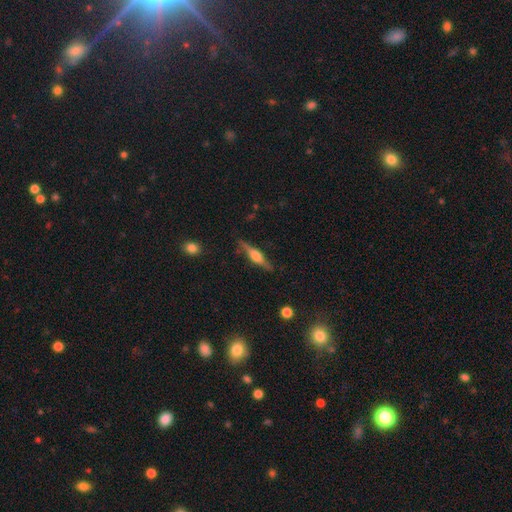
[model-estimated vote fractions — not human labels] A featured or disk galaxy (64%) viewed edge-on (96%) with a rounded central bulge (75%).

Vote fractions:
- Smooth or featured? featured or disk: 64% / smooth: 29% / star or artifact: 6%
- Edge-on disk? yes: 96% / no: 4%
- Edge-on bulge? rounded: 75% / boxy: 20% / none: 5%
- Merging? none: 84% / minor disturbance: 12% / major disturbance: 3% / merger: 2%